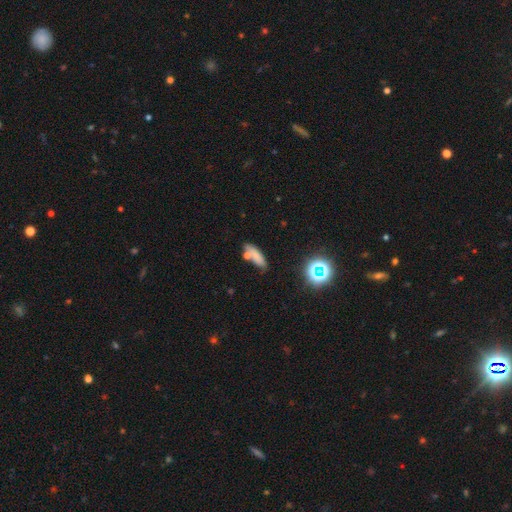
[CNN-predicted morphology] Smooth or featured: smooth — 72% (star or artifact — 15%)
How rounded: in between — 55% (cigar-shaped — 41%)
Merging: none — 61% (minor disturbance — 18%)